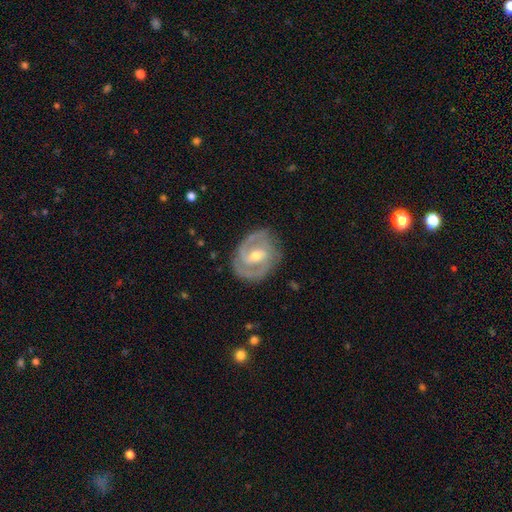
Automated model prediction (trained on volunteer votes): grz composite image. It shows a featured or disk galaxy (88%) with a weak bar (48%), 2 (79%) tight (51%) spiral arms (95%) and a moderate central bulge (63%). Merging: none (79%).